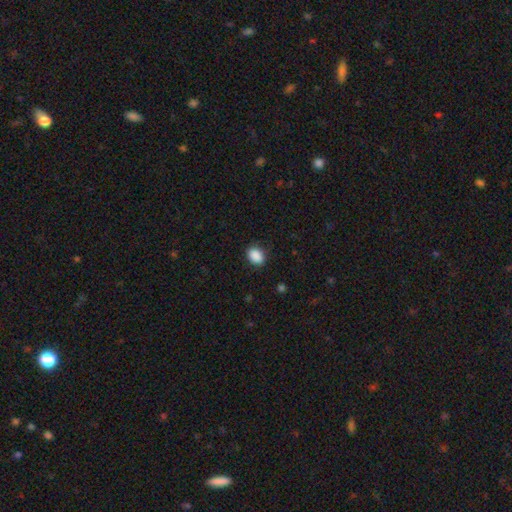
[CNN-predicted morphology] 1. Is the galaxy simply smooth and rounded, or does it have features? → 89% smooth, 8% star or artifact, 3% featured or disk.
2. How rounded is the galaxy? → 69% in between, 30% round, 1% cigar-shaped.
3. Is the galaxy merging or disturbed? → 85% none, 11% minor disturbance, 3% major disturbance, 1% merger.